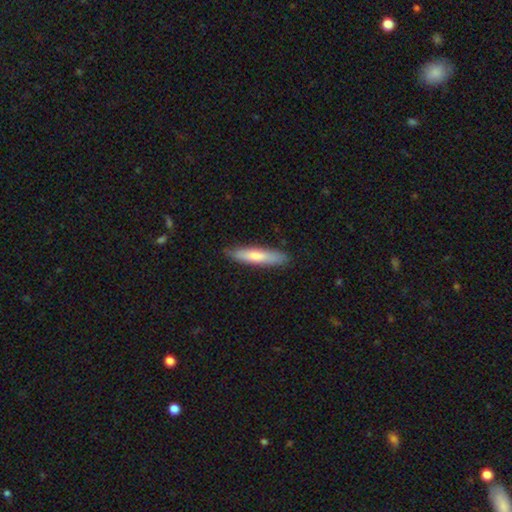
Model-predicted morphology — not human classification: This is likely a smooth galaxy (69%). How rounded: clearly cigar-shaped (86%). Merging: clearly none (87%).